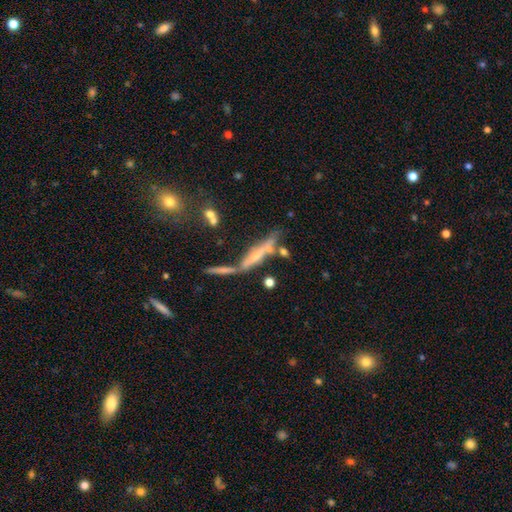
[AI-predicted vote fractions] featured or disk 62%, smooth 27%, star or artifact 11%. Down the decision tree: edge-on disk — yes (82%); edge-on bulge — rounded (52%); merging — none (45%).